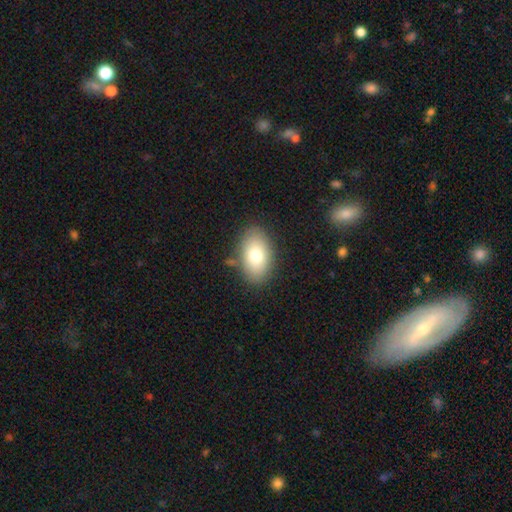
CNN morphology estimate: This is likely a smooth galaxy (78%). How rounded: clearly in between (92%). Merging: clearly none (82%).